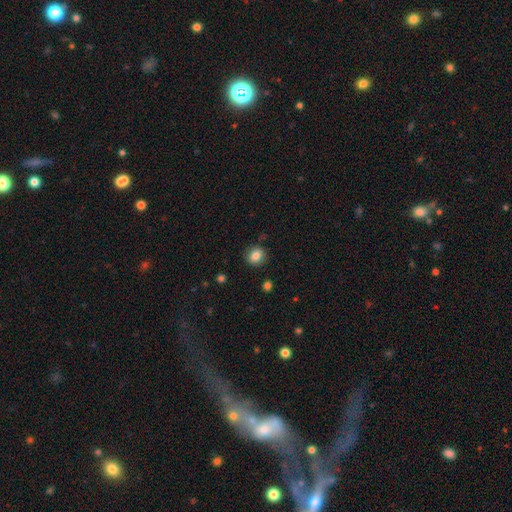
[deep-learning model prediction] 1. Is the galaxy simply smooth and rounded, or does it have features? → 84% smooth, 10% star or artifact, 6% featured or disk.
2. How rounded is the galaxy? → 78% round, 21% in between, 1% cigar-shaped.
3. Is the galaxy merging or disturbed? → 88% none, 8% minor disturbance, 2% major disturbance, 2% merger.